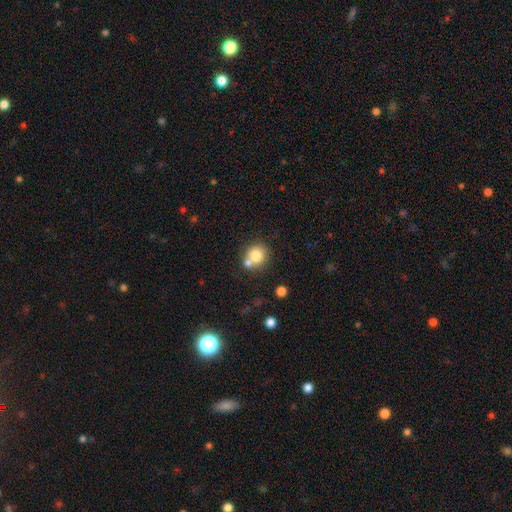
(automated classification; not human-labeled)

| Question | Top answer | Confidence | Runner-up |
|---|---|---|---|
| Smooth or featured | smooth | 77% | featured or disk (12%) |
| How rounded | round | 85% | in between (14%) |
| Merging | none | 55% | merger (33%) |